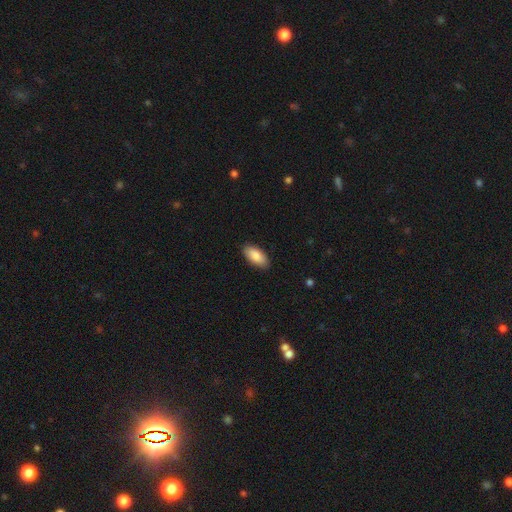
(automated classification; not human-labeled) smooth 87%, featured or disk 7%, star or artifact 6%. Down the decision tree: how rounded — in between (91%); merging — none (88%).